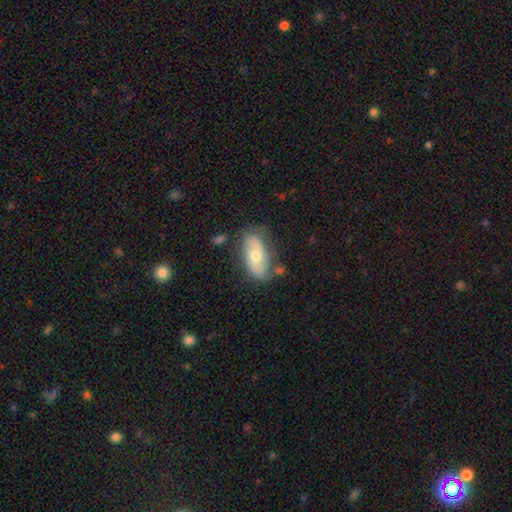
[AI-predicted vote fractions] Smooth or featured?
  - smooth: 48% *
  - featured or disk: 46%
  - star or artifact: 6%
Merging?
  - none: 67% *
  - minor disturbance: 22%
  - major disturbance: 7%
  - merger: 5%